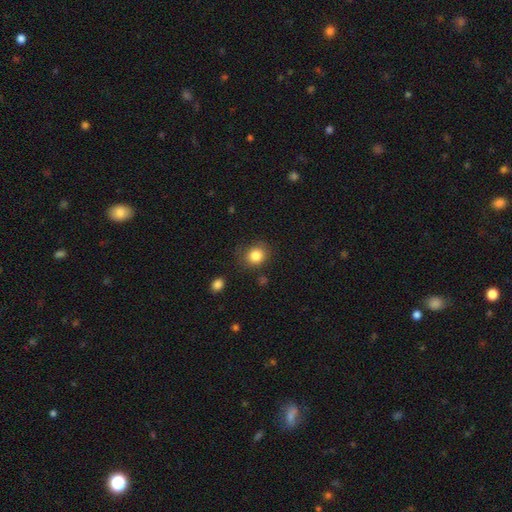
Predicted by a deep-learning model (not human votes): smooth 84%, star or artifact 10%, featured or disk 6%. Down the decision tree: how rounded — round (73%); merging — none (78%).